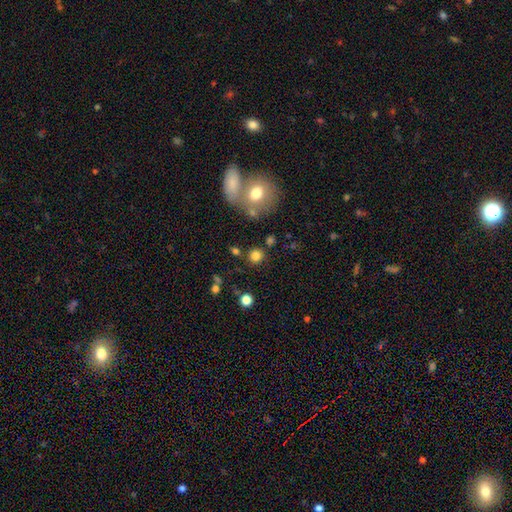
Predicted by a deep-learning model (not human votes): Smooth or featured? smooth (80%)
How rounded? round (90%)
Merging? none (82%)